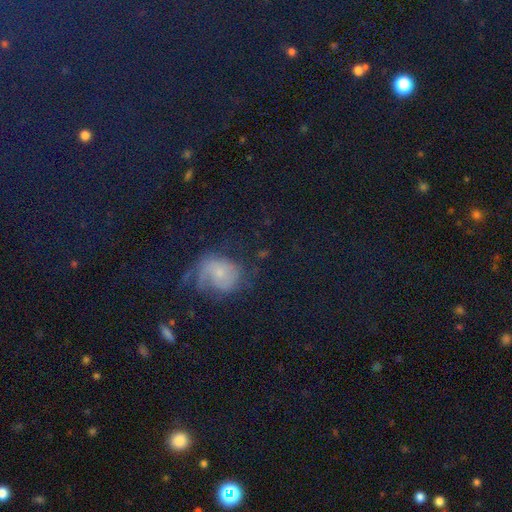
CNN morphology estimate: Q: Smooth or featured?
A: star or artifact (47%); runner-up: smooth (34%)